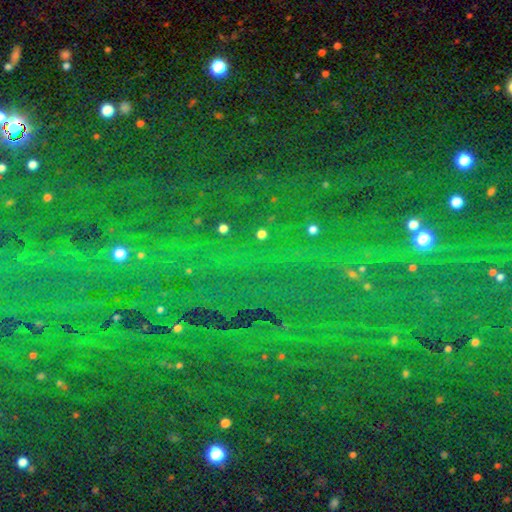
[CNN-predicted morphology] smooth-or-featured: star or artifact: 86% | smooth: 7% | featured or disk: 7%